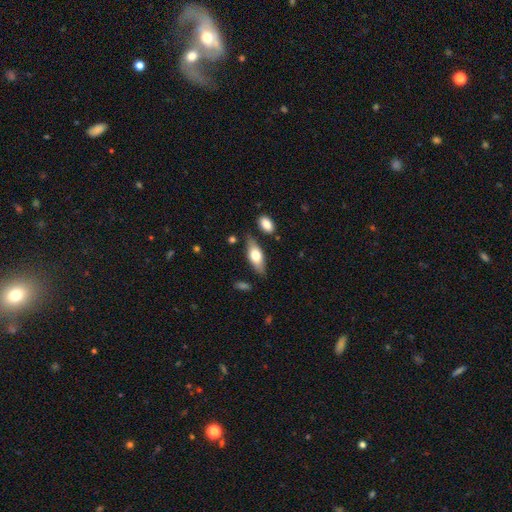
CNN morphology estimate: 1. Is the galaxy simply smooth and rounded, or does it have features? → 63% smooth, 31% featured or disk, 6% star or artifact.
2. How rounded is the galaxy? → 73% in between, 24% cigar-shaped, 3% round.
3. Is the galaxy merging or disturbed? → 78% none, 14% minor disturbance, 5% merger, 3% major disturbance.